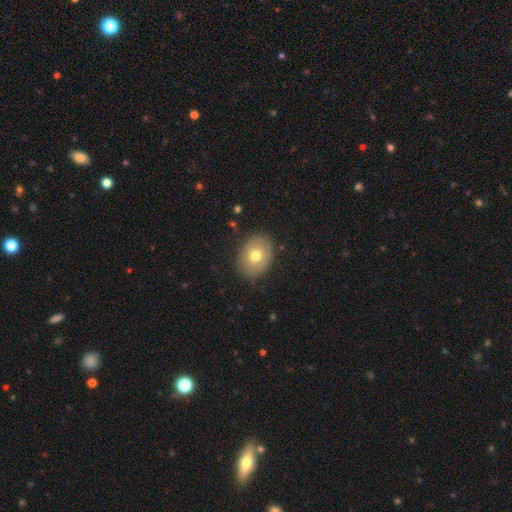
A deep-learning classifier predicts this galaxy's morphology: Smooth or featured: smooth — 69% (featured or disk — 23%)
How rounded: in between — 64% (round — 36%)
Merging: none — 84% (minor disturbance — 12%)